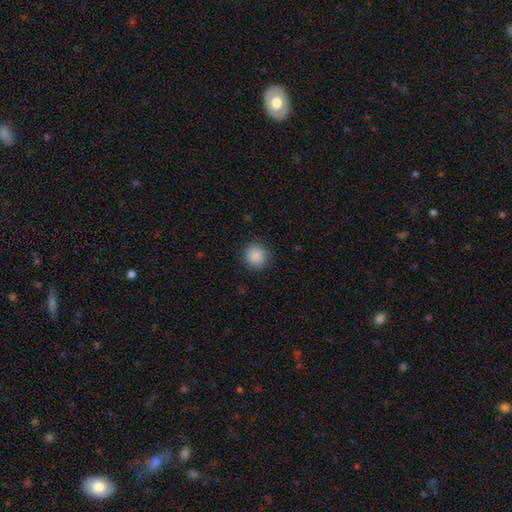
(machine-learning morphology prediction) This is clearly a smooth galaxy (89%). How rounded: clearly round (92%). Merging: clearly none (89%).